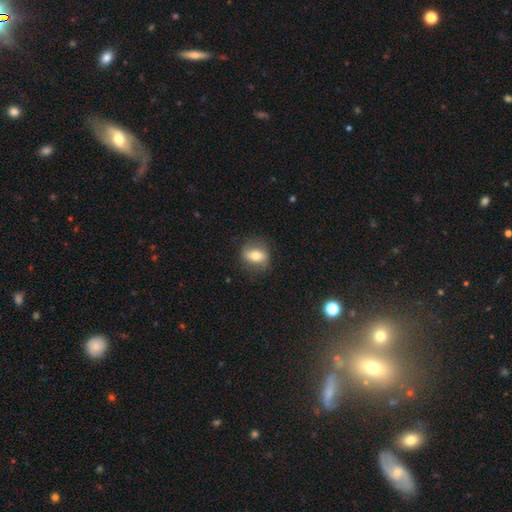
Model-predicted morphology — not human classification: A smooth galaxy with no disk features (61%) that is in between round and cigar-shaped (59%).

Vote fractions:
- Smooth or featured? smooth: 61% / featured or disk: 31% / star or artifact: 8%
- How rounded? in between: 59% / round: 38% / cigar-shaped: 3%
- Merging? none: 78% / minor disturbance: 15% / major disturbance: 5% / merger: 1%